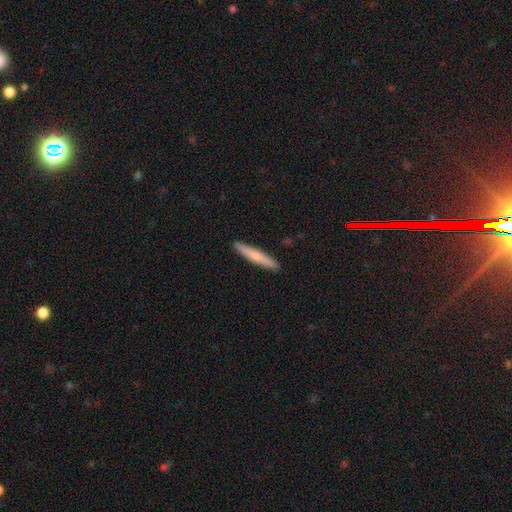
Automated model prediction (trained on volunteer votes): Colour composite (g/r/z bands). It shows a smooth galaxy with no disk features (65%) that is cigar-shaped (94%). Merging: none (91%).